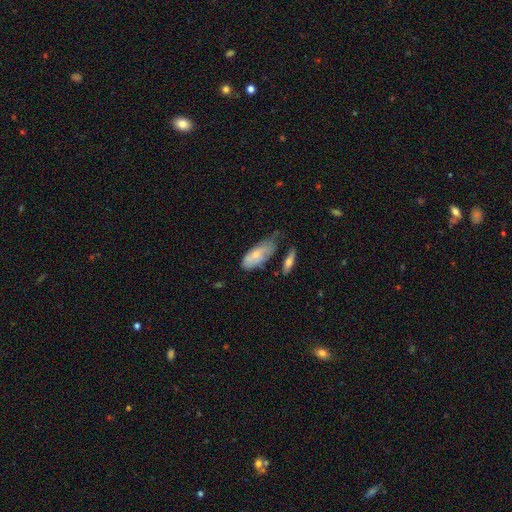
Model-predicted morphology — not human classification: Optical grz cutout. It shows a smooth galaxy with no disk features (68%) that is in between round and cigar-shaped (85%). Merging: minor disturbance (41%).